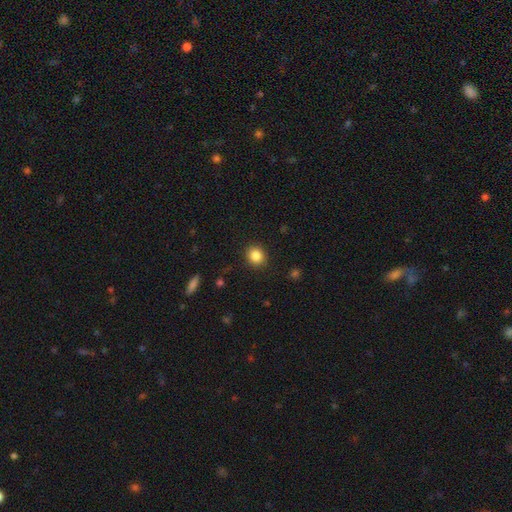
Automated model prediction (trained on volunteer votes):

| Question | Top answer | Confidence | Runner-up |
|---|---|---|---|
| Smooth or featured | smooth | 86% | star or artifact (10%) |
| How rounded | round | 76% | in between (23%) |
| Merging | none | 90% | minor disturbance (7%) |